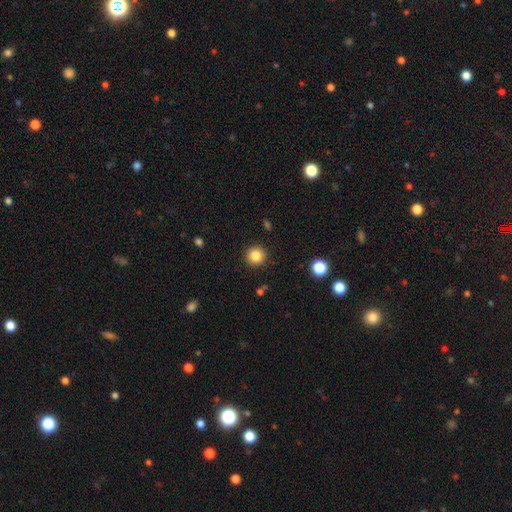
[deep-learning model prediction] Smooth or featured? smooth (84%)
How rounded? round (94%)
Merging? none (91%)